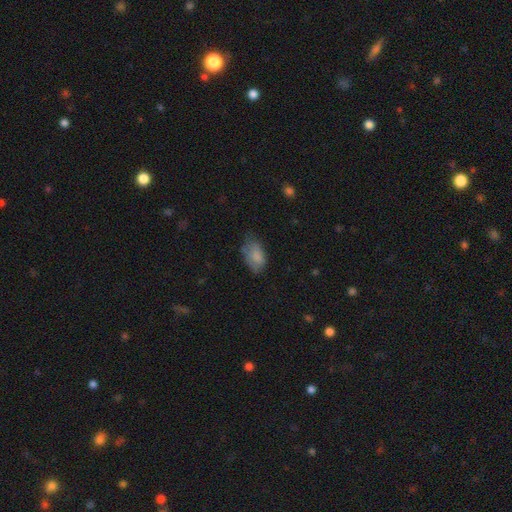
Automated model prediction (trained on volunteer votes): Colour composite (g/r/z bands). It shows a smooth galaxy with no disk features (80%) that is in between round and cigar-shaped (91%). Merging: none (48%).